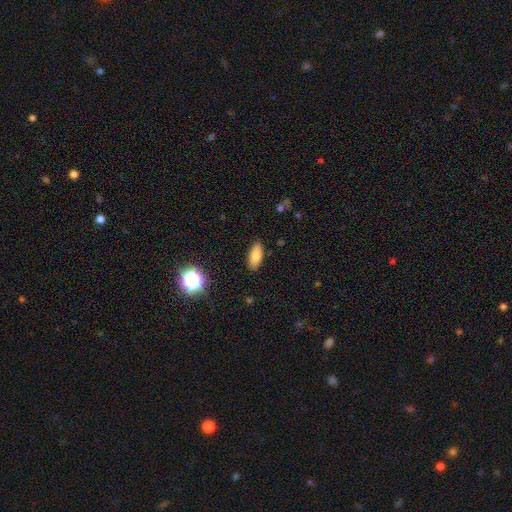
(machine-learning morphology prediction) Smooth or featured? smooth (81%)
How rounded? in between (85%)
Merging? none (87%)